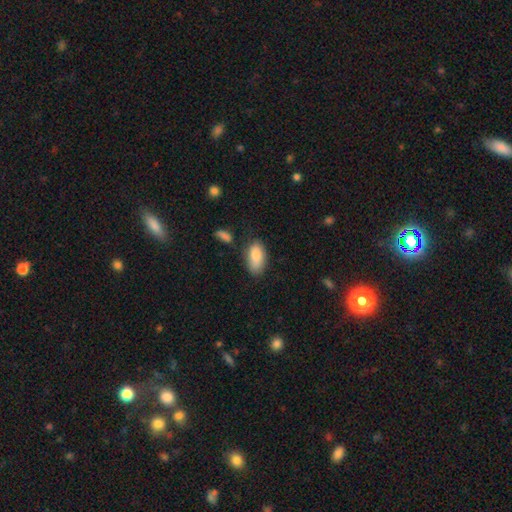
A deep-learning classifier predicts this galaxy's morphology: Q: Smooth or featured?
A: smooth (87%); runner-up: featured or disk (7%)
Q: How rounded?
A: in between (92%); runner-up: cigar-shaped (5%)
Q: Merging?
A: none (67%); runner-up: minor disturbance (22%)